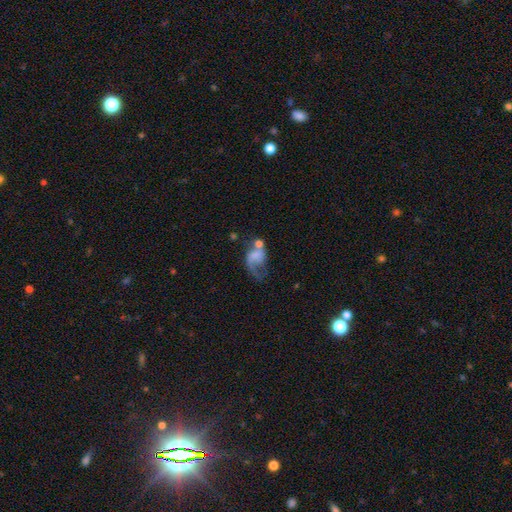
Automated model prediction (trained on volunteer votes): Smooth or featured?
  - featured or disk: 55% *
  - smooth: 34%
  - star or artifact: 11%
Edge-on disk?
  - no: 97% *
  - yes: 3%
Bar?
  - no: 69% *
  - weak: 25%
  - strong: 6%
Spiral arms?
  - yes: 73% *
  - no: 27%
Bulge size?
  - none: 49% *
  - small: 25%
  - moderate: 16%
  - large: 8%
  - dominant: 3%
Merging?
  - major disturbance: 39% *
  - merger: 25%
  - none: 21%
  - minor disturbance: 15%